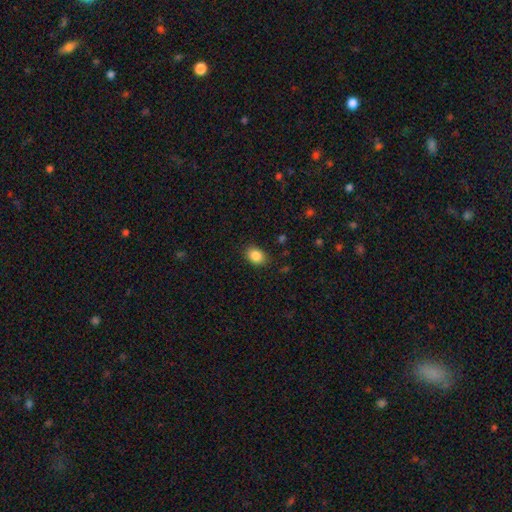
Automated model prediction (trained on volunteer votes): Smooth or featured: smooth — 87% (star or artifact — 9%)
How rounded: in between — 69% (round — 30%)
Merging: none — 85% (minor disturbance — 11%)